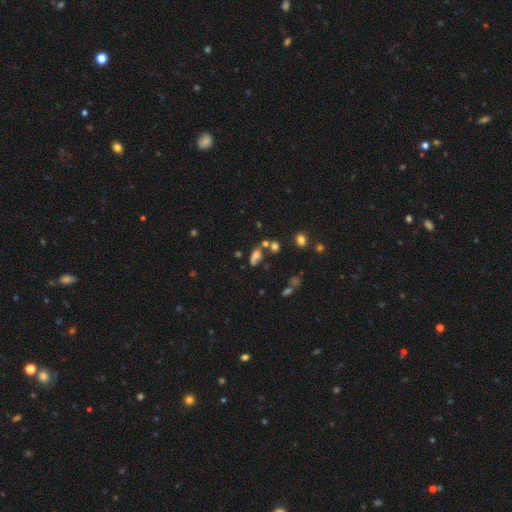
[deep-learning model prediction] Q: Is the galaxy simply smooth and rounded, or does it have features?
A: smooth — 56%.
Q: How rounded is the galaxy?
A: in between — 74%.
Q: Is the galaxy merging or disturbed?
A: none — 41%.